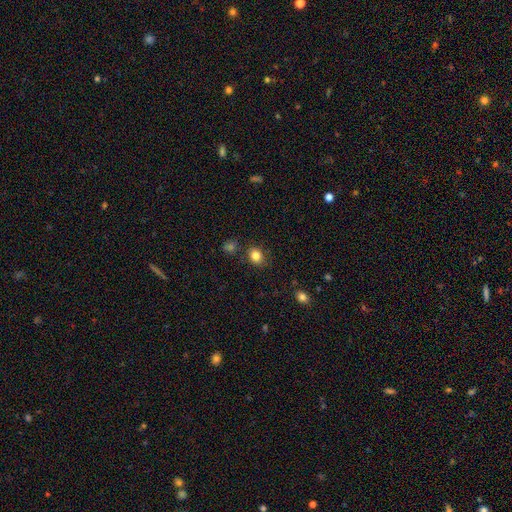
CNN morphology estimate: Smooth or featured?
  - smooth: 84% *
  - star or artifact: 11%
  - featured or disk: 5%
How rounded?
  - round: 56% *
  - in between: 43%
  - cigar-shaped: 1%
Merging?
  - none: 81% *
  - minor disturbance: 12%
  - merger: 4%
  - major disturbance: 3%